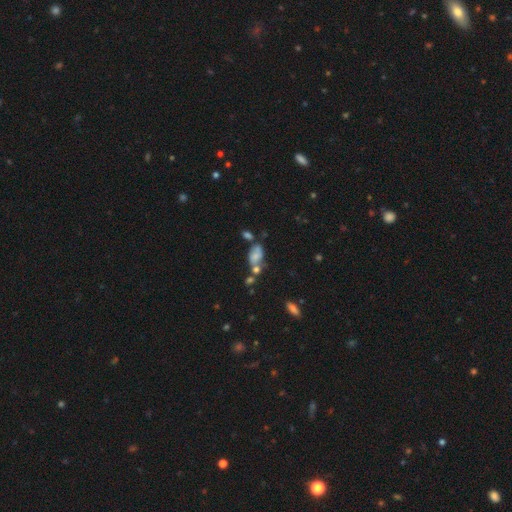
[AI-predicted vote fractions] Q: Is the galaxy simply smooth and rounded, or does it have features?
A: smooth — 57%.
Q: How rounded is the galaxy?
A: in between — 86%.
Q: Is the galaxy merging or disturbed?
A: merger — 37%.